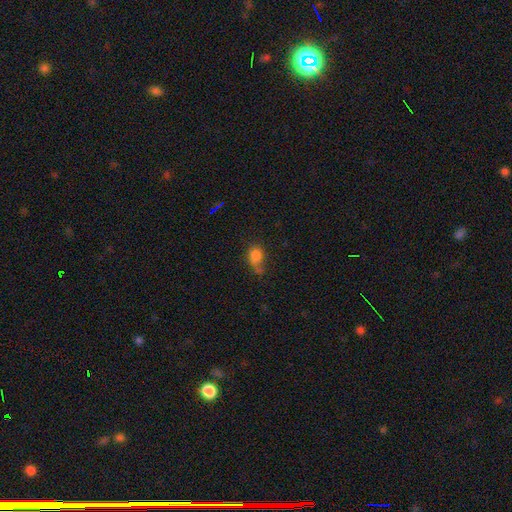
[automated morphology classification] Smooth or featured? Predicted: smooth (p=0.79). How rounded? Predicted: in between (p=0.56). Merging? Predicted: none (p=0.48).